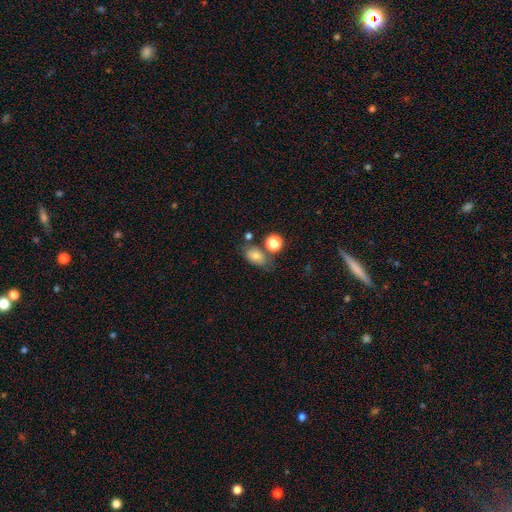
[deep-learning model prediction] smooth 79%, star or artifact 11%, featured or disk 10%. Down the decision tree: how rounded — in between (78%); merging — none (60%).